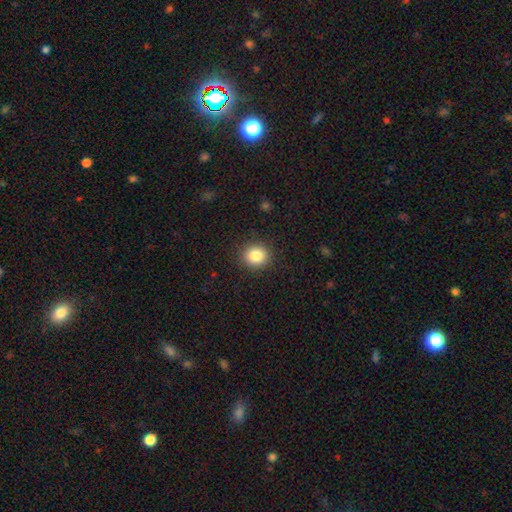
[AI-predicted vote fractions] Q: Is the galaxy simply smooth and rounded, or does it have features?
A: smooth — 84%.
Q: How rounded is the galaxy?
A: round — 83%.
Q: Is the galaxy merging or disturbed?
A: none — 90%.